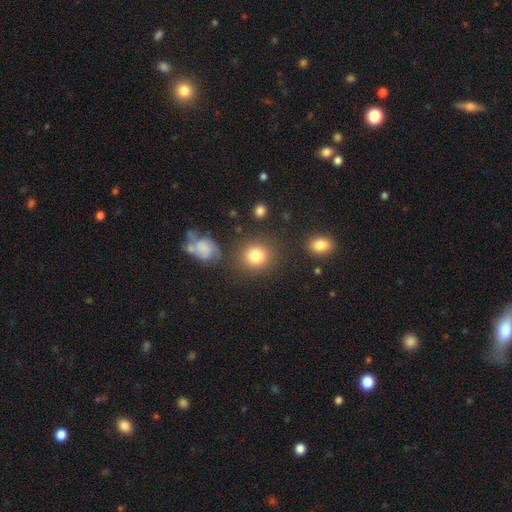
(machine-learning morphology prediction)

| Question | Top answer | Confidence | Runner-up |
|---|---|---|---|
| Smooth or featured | smooth | 83% | star or artifact (10%) |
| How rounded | round | 85% | in between (14%) |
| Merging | none | 80% | minor disturbance (10%) |